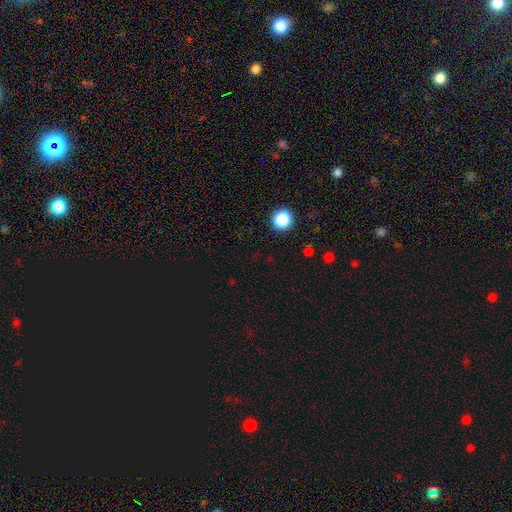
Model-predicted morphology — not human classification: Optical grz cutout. It shows a smooth galaxy with no disk features (48%). Merging: none (88%).